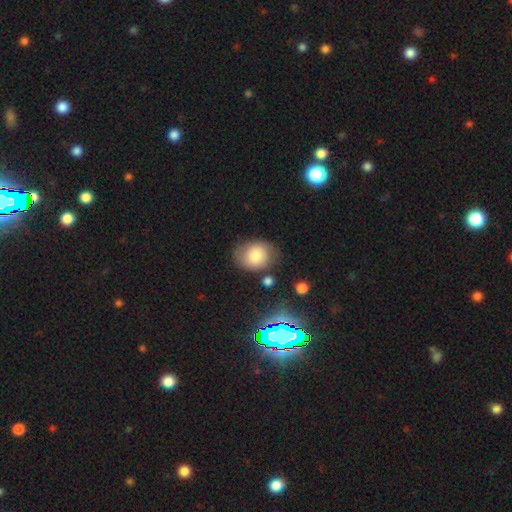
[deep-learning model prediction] Smooth or featured? Predicted: smooth (p=0.73). How rounded? Predicted: in between (p=0.50). Merging? Predicted: none (p=0.68).